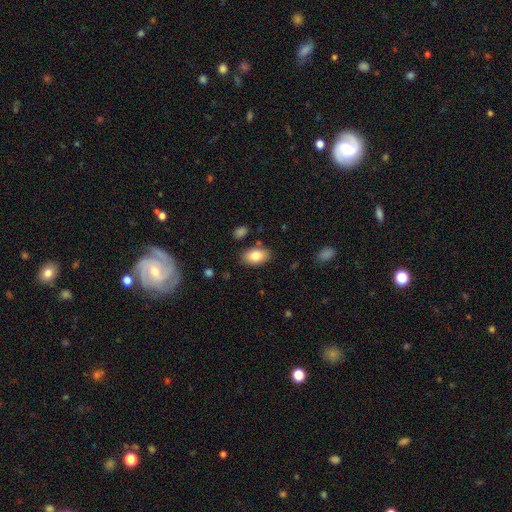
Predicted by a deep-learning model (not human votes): Smooth or featured: smooth — 83% (featured or disk — 10%)
How rounded: in between — 91% (round — 7%)
Merging: none — 83% (minor disturbance — 11%)